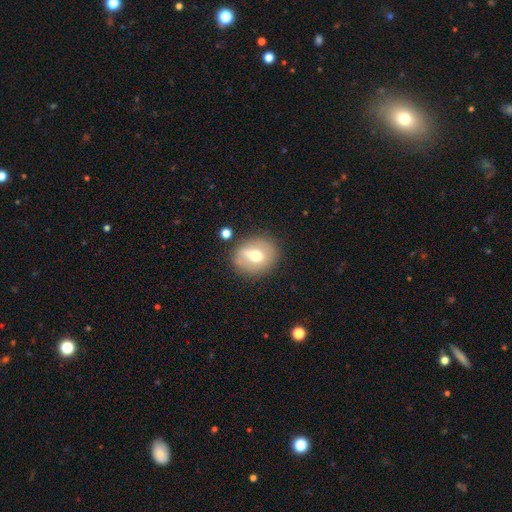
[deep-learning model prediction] A smooth galaxy with no disk features (55%) that is round (69%). Merging: none (75%).